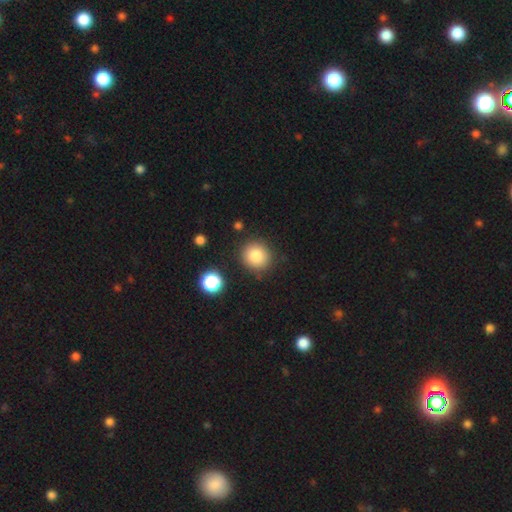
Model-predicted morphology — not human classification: smooth-or-featured: smooth: 84% | star or artifact: 10% | featured or disk: 6%
  how-rounded: round: 88% | in between: 11% | cigar-shaped: 1%
  merging: none: 86% | minor disturbance: 9% | merger: 3% | major disturbance: 3%